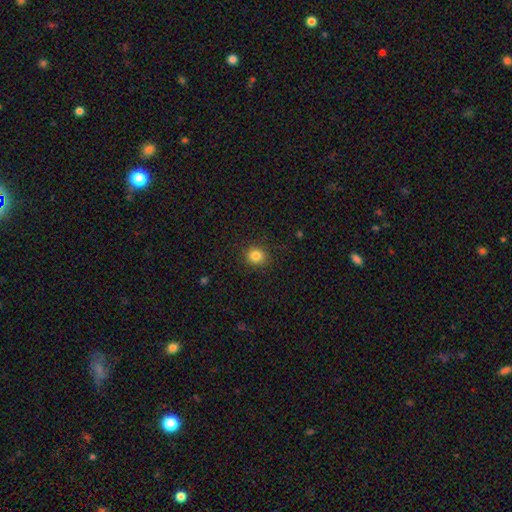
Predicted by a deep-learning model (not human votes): Smooth or featured: smooth — 83% (star or artifact — 11%)
How rounded: round — 81% (in between — 18%)
Merging: none — 90% (minor disturbance — 7%)